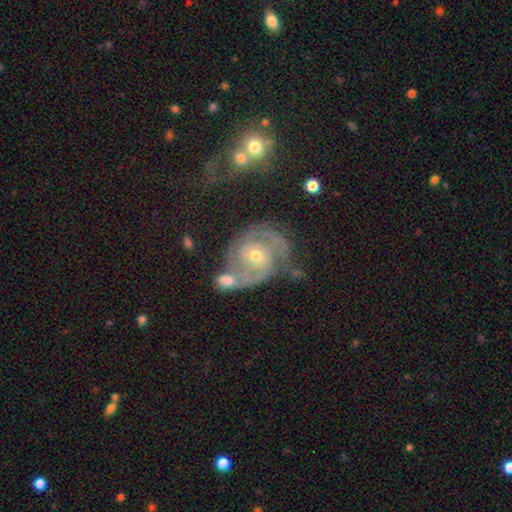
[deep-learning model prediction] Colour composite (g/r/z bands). It shows a featured or disk galaxy (86%) with no bar (62%), 2 (61%) tight (58%) spiral arms (96%) and a small central bulge (58%). Merging: none (48%).